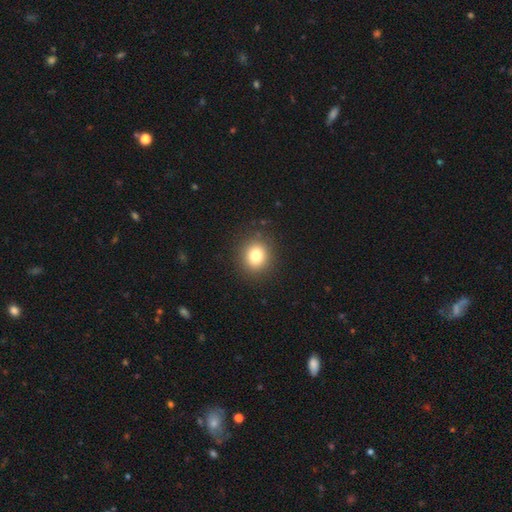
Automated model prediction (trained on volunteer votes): Morphology: type=smooth (79%); roundness=round (85%); merging=none (90%).